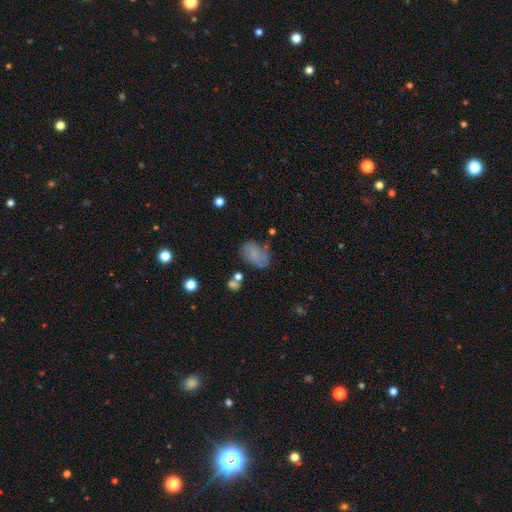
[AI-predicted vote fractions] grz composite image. It shows a smooth galaxy with no disk features (69%) that is in between round and cigar-shaped (83%). Merging: none (54%).